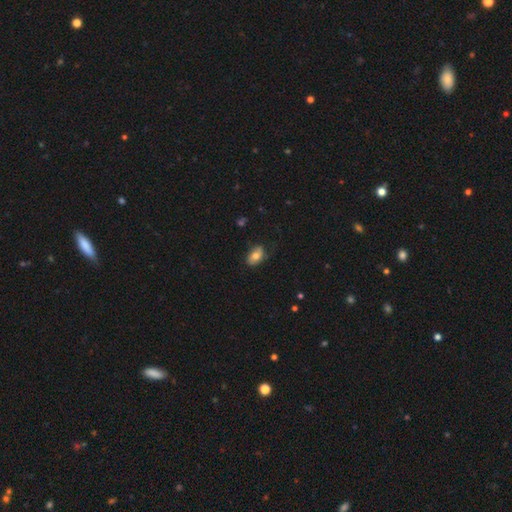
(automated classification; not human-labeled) Smooth or featured? Predicted: smooth (p=0.75). How rounded? Predicted: in between (p=0.88). Merging? Predicted: none (p=0.73).